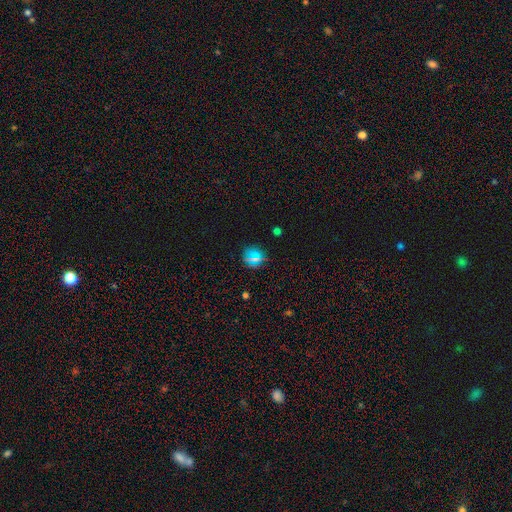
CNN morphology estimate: This appears to be a smooth galaxy with no disk features (59%) that is round (79%). Merging: none (85%).